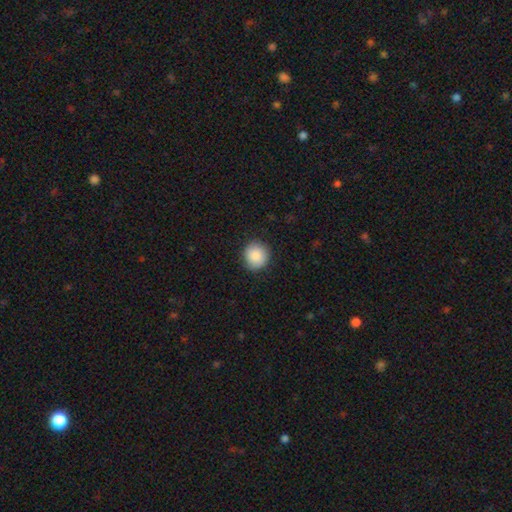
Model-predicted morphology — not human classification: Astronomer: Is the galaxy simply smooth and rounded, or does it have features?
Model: smooth — 89%.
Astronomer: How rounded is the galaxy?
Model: round — 91%.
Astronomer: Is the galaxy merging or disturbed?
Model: none — 89%.